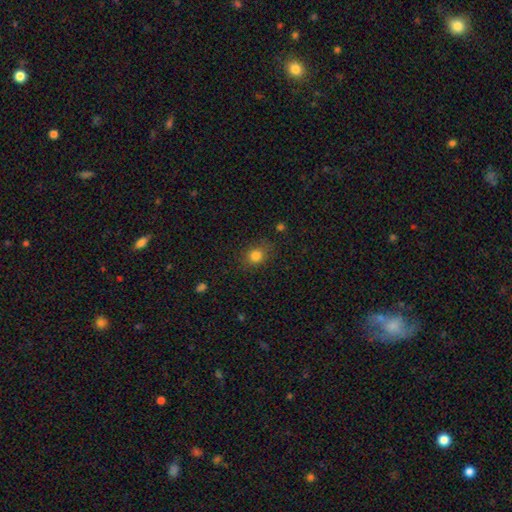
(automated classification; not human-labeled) Smooth or featured?
  - smooth: 82% *
  - star or artifact: 12%
  - featured or disk: 5%
How rounded?
  - round: 72% *
  - in between: 27%
  - cigar-shaped: 1%
Merging?
  - none: 81% *
  - minor disturbance: 12%
  - major disturbance: 4%
  - merger: 2%